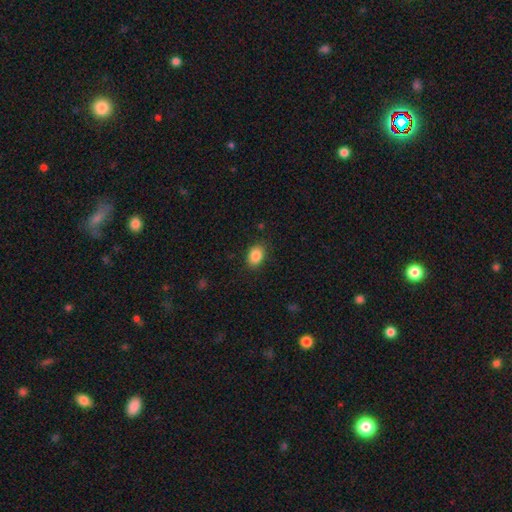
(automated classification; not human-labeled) This appears to be a smooth galaxy with no disk features (86%) that is in between round and cigar-shaped (76%). Merging: none (84%).